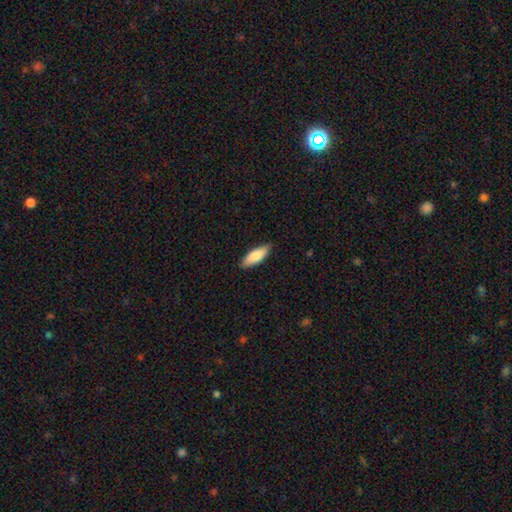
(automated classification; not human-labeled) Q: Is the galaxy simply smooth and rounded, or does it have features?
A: smooth — 81%.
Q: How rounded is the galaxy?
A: in between — 65%.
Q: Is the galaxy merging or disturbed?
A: none — 87%.